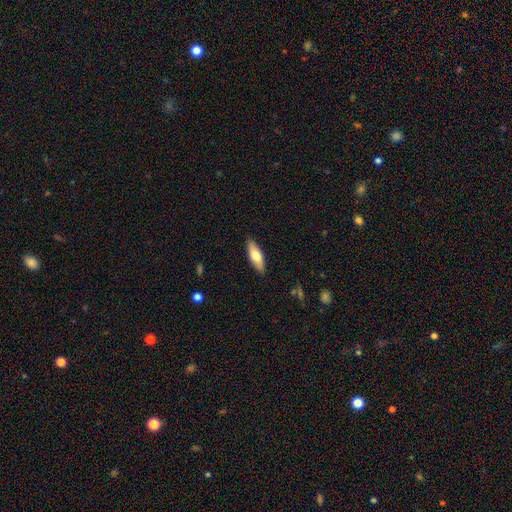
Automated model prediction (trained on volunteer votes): Smooth or featured? Predicted: smooth (p=0.69). How rounded? Predicted: in between (p=0.57). Merging? Predicted: none (p=0.88).